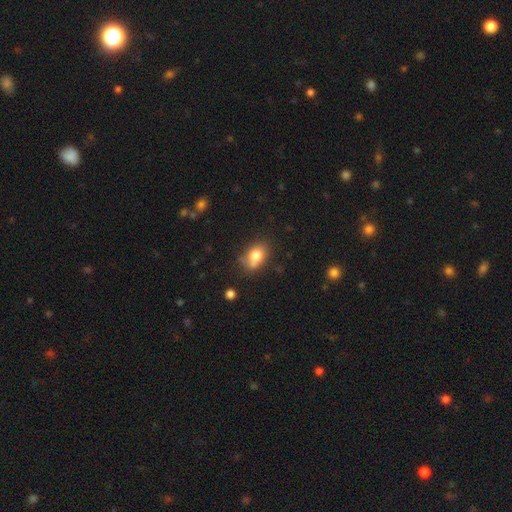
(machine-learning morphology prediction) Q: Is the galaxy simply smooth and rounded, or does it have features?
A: smooth — 77%.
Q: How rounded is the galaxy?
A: in between — 69%.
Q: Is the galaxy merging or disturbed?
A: none — 52%.